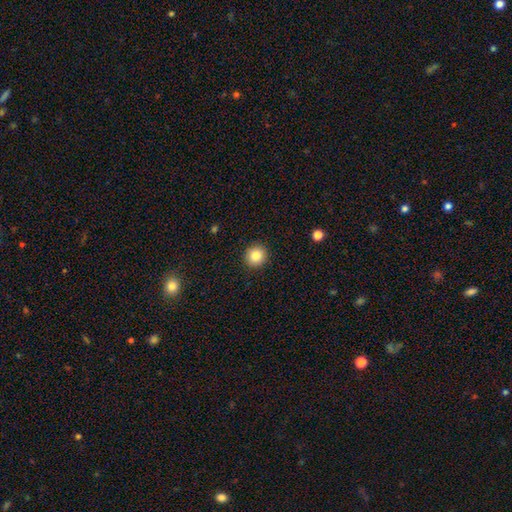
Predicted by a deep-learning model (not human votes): Morphology: type=smooth (85%); roundness=round (91%); merging=none (92%).